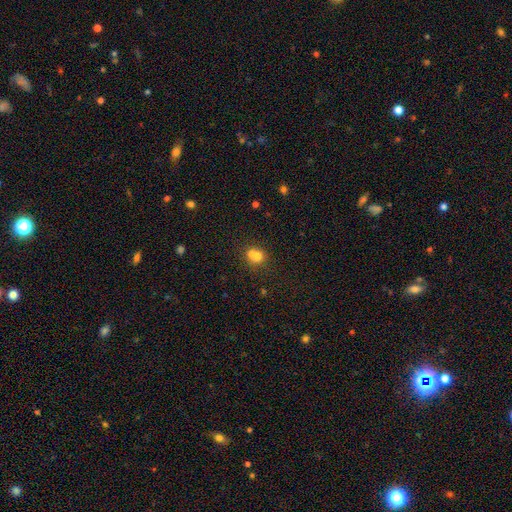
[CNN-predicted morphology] Q: Smooth or featured?
A: smooth (69%); runner-up: featured or disk (17%)
Q: How rounded?
A: round (75%); runner-up: in between (24%)
Q: Merging?
A: merger (57%); runner-up: none (33%)